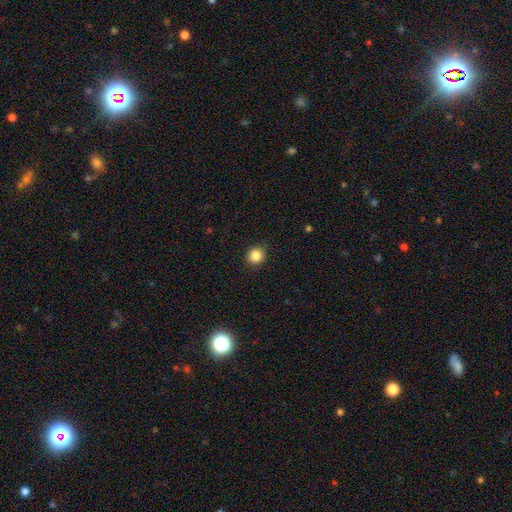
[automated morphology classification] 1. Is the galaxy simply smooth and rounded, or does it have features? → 84% smooth, 11% star or artifact, 5% featured or disk.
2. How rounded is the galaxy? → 86% round, 13% in between, 1% cigar-shaped.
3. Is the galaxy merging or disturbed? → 88% none, 9% minor disturbance, 2% major disturbance, 1% merger.